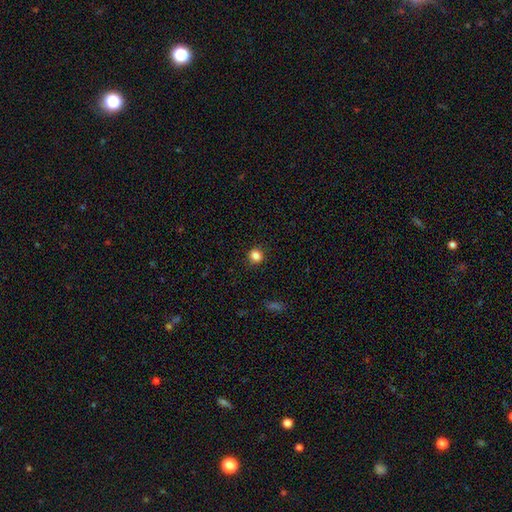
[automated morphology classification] smooth_or_featured: smooth (p=0.84) [alt: star or artifact p=0.12]
how_rounded: round (p=0.84) [alt: in between p=0.15]
merging: none (p=0.90) [alt: minor disturbance p=0.07]